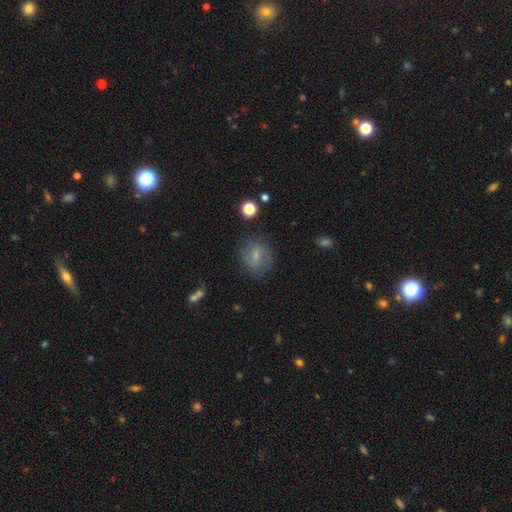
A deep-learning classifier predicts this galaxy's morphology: Q: Smooth or featured?
A: smooth (52%); runner-up: featured or disk (37%)
Q: How rounded?
A: round (64%); runner-up: in between (34%)
Q: Merging?
A: none (76%); runner-up: minor disturbance (15%)